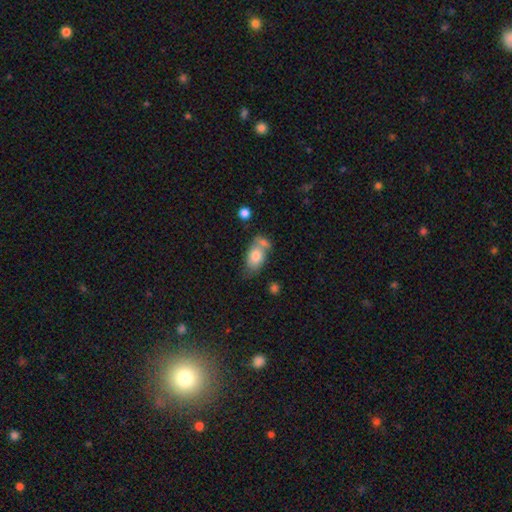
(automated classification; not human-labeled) smooth 77%, featured or disk 16%, star or artifact 7%. Down the decision tree: how rounded — in between (85%); merging — merger (39%).